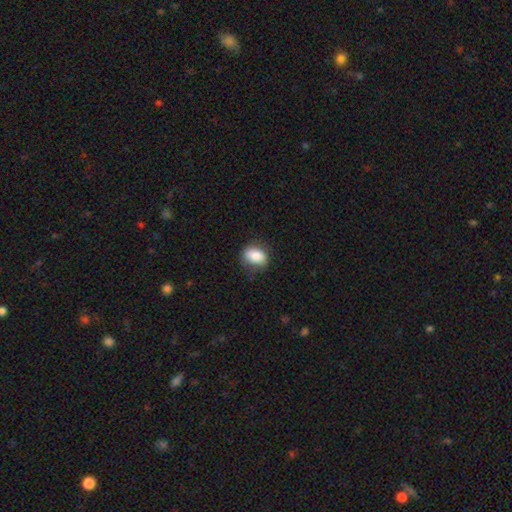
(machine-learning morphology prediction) Overall: smooth (82%). How rounded: in between (70%). Merging: none (72%).